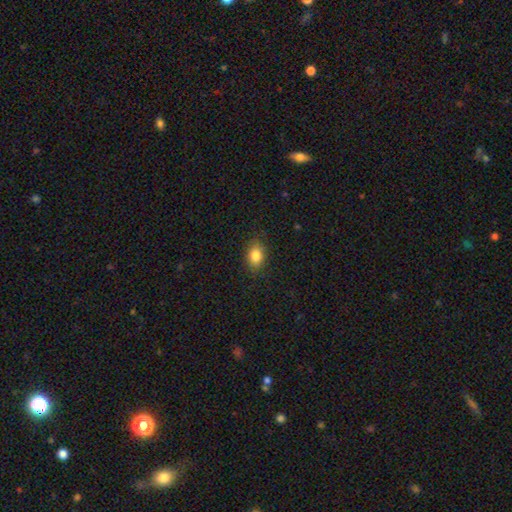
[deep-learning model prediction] Smooth or featured? Predicted: smooth (p=0.84). How rounded? Predicted: in between (p=0.77). Merging? Predicted: none (p=0.85).